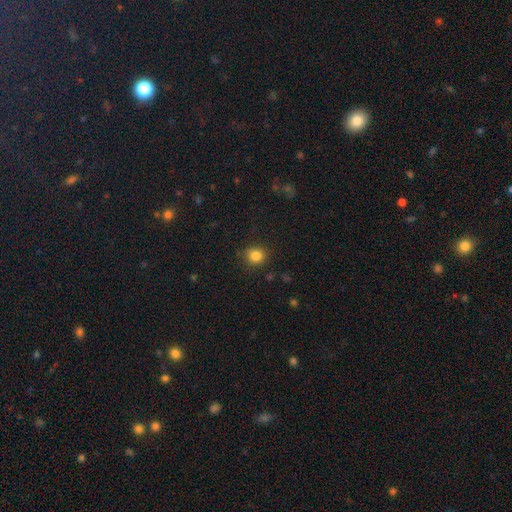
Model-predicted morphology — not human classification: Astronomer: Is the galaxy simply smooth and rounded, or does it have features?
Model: smooth — 84%.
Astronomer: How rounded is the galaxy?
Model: round — 82%.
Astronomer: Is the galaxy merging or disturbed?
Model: none — 84%.